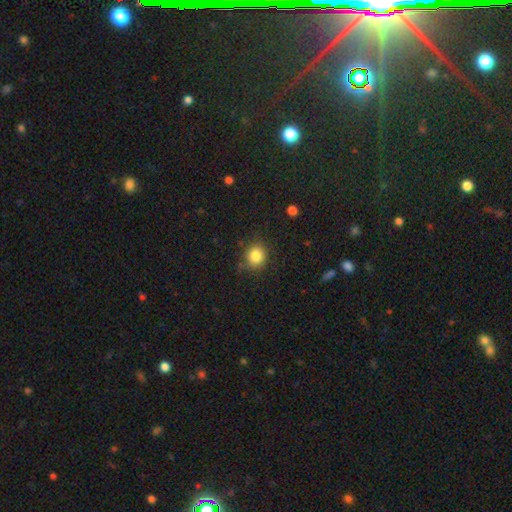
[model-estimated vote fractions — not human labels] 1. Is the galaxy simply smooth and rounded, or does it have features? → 83% smooth, 11% star or artifact, 6% featured or disk.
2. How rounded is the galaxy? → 77% round, 22% in between, 1% cigar-shaped.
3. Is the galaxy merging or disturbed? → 82% none, 13% minor disturbance, 3% major disturbance, 2% merger.